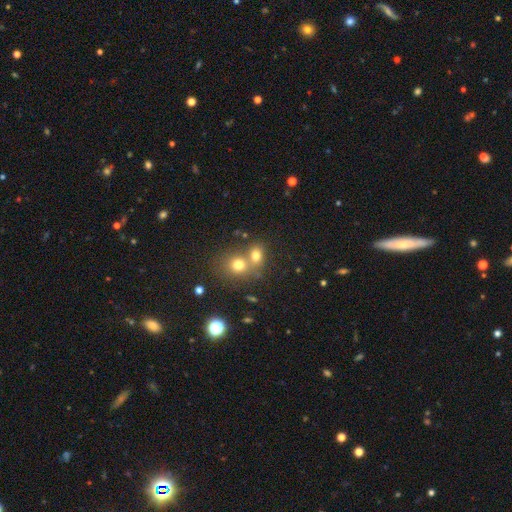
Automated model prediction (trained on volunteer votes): Q: Smooth or featured?
A: smooth (73%); runner-up: star or artifact (15%)
Q: How rounded?
A: round (55%); runner-up: in between (44%)
Q: Merging?
A: merger (51%); runner-up: none (38%)